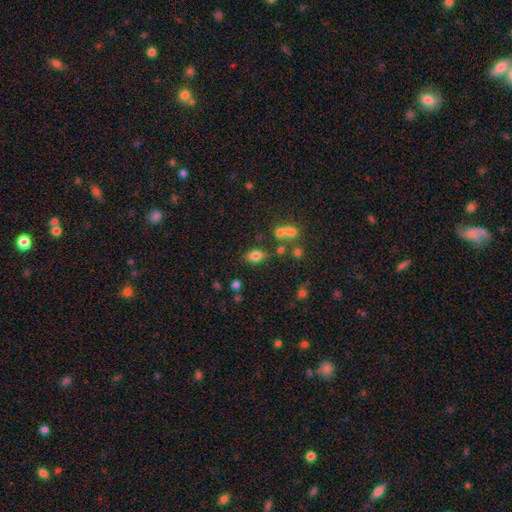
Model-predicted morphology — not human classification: Smooth or featured?
  - smooth: 77% *
  - star or artifact: 12%
  - featured or disk: 10%
How rounded?
  - in between: 81% *
  - round: 16%
  - cigar-shaped: 3%
Merging?
  - none: 73% *
  - minor disturbance: 14%
  - merger: 9%
  - major disturbance: 5%